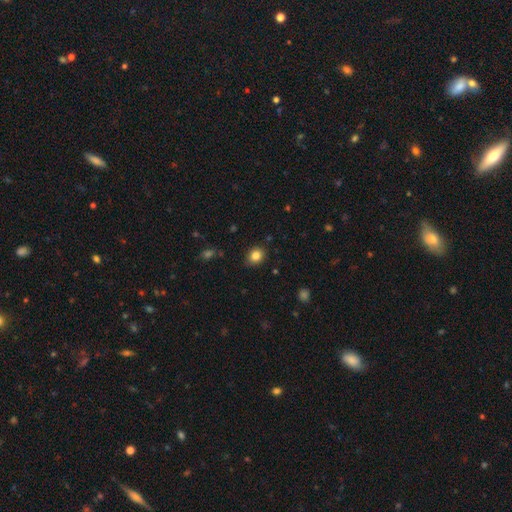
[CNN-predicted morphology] type=smooth (84%); roundness=round (63%); merging=none (86%).